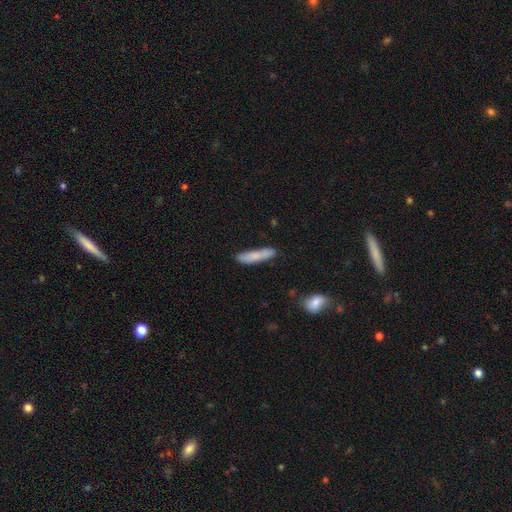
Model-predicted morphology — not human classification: The model was most divided on "smooth or featured": smooth: 78%, featured or disk: 16%, star or artifact: 6%. More confident: how rounded — cigar-shaped (83%); merging — none (79%).